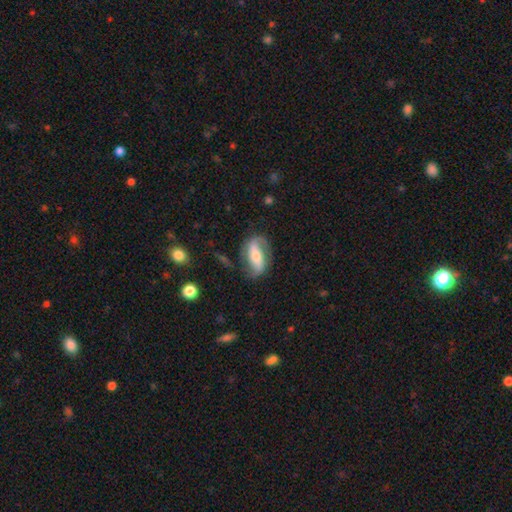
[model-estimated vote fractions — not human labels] This appears to be a featured or disk galaxy (72%) with a strong bar (52%), 2 (87%) loose (42%) spiral arms (88%) and a moderate central bulge (47%). Merging: none (72%).